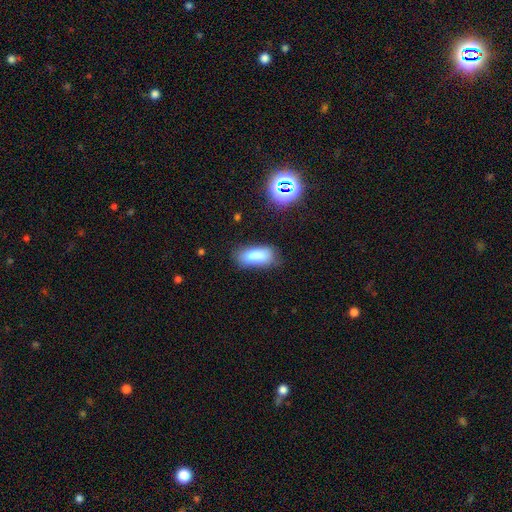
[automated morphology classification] Q: Smooth or featured?
A: smooth (82%); runner-up: star or artifact (10%)
Q: How rounded?
A: in between (87%); runner-up: cigar-shaped (10%)
Q: Merging?
A: none (65%); runner-up: minor disturbance (24%)